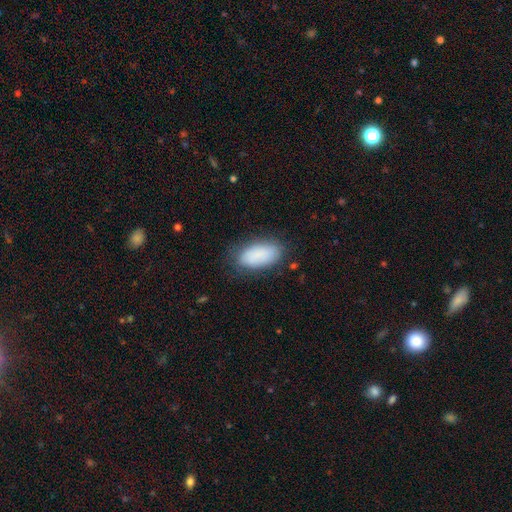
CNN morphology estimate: smooth_or_featured: smooth (p=0.87) [alt: star or artifact p=0.07]
how_rounded: in between (p=0.93) [alt: cigar-shaped p=0.04]
merging: none (p=0.77) [alt: minor disturbance p=0.17]